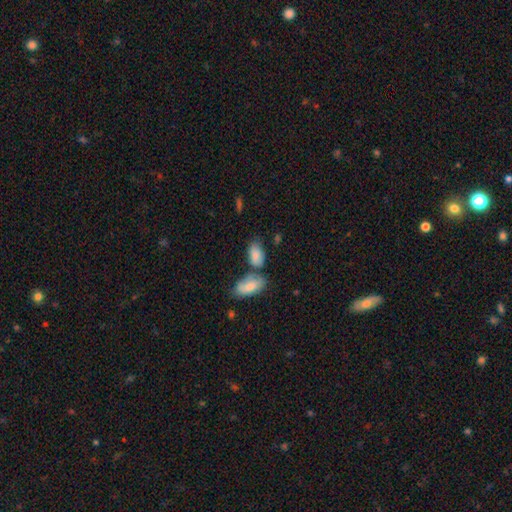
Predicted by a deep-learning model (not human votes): This is clearly a smooth galaxy (82%). How rounded: clearly in between (92%). Merging: possibly none (48%).